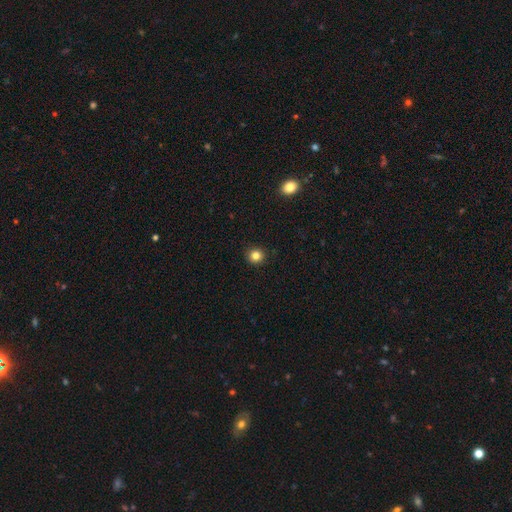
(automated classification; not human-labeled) This is clearly a smooth galaxy (83%). How rounded: clearly round (91%). Merging: clearly none (92%).